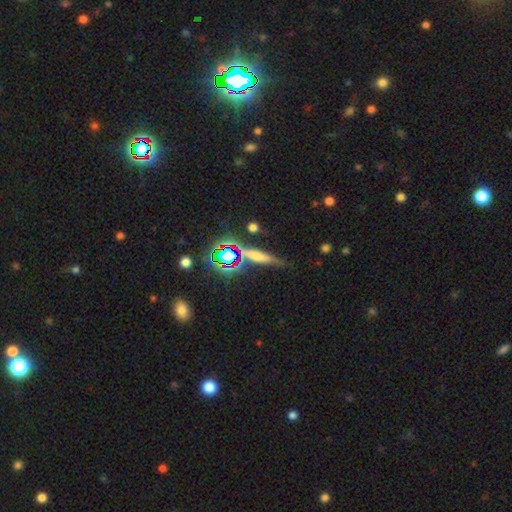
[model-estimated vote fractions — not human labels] smooth-or-featured: smooth: 46% | featured or disk: 31% | star or artifact: 22%
  merging: none: 73% | minor disturbance: 16% | merger: 6% | major disturbance: 5%